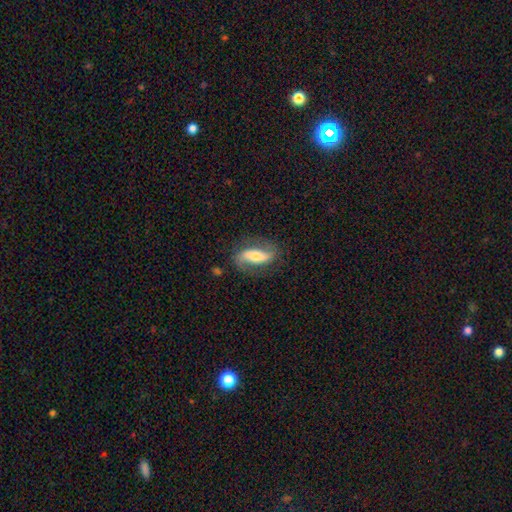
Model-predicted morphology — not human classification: This appears to be a featured or disk galaxy (63%) with a strong bar (48%), spiral arms (82%) and a moderate central bulge (54%). Merging: none (75%).